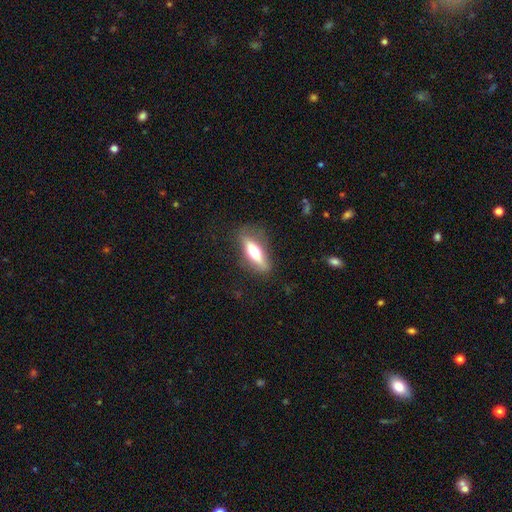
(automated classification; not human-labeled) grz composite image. It shows a smooth galaxy with no disk features (55%) that is cigar-shaped (51%). Merging: none (78%).